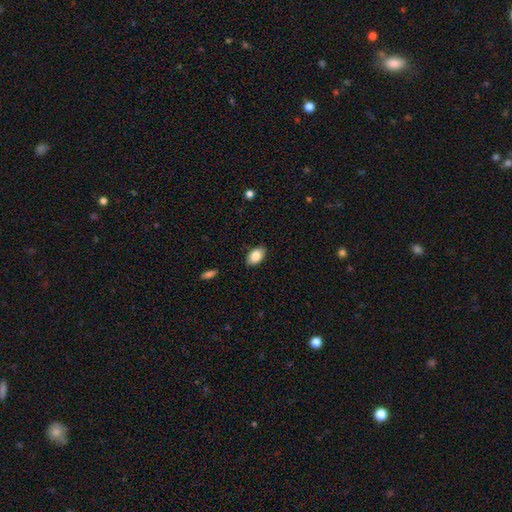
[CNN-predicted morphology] Q: Smooth or featured?
A: smooth (85%); runner-up: featured or disk (8%)
Q: How rounded?
A: in between (91%); runner-up: round (7%)
Q: Merging?
A: none (86%); runner-up: minor disturbance (11%)